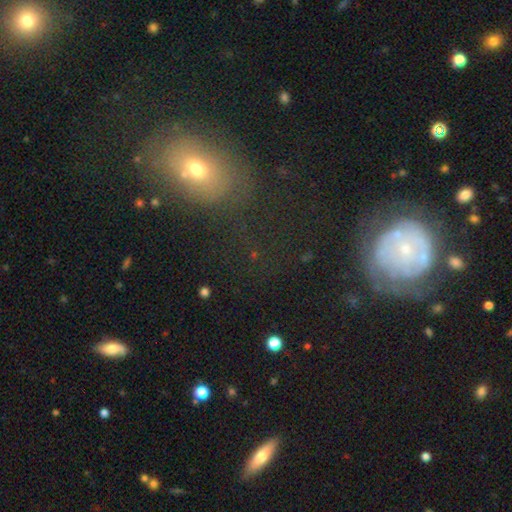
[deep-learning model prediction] Smooth or featured?
  - featured or disk: 39% *
  - smooth: 33%
  - star or artifact: 29%
Merging?
  - none: 64% *
  - minor disturbance: 16%
  - major disturbance: 13%
  - merger: 7%